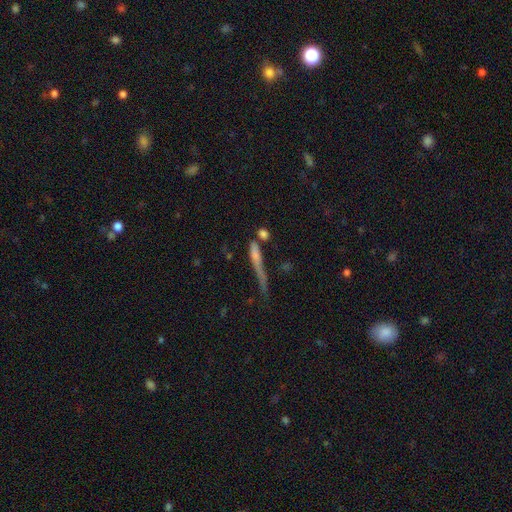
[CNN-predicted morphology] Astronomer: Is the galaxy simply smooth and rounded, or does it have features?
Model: smooth — 59%.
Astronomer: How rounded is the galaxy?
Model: cigar-shaped — 81%.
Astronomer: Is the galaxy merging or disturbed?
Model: none — 38% (runner-up: minor disturbance, 22%).